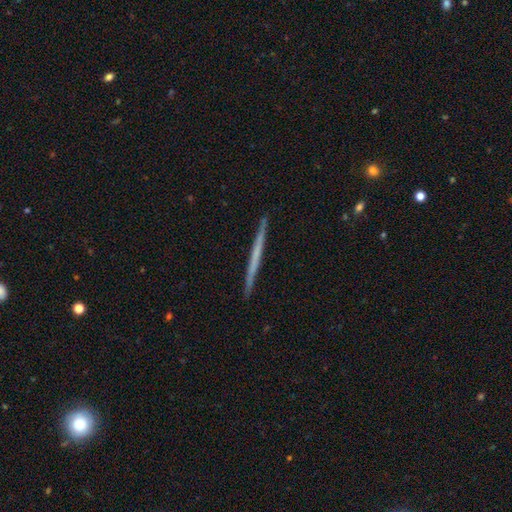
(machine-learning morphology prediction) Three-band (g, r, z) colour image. It shows a featured or disk galaxy (54%) viewed edge-on (98%) with no central bulge (92%). Merging: none (92%).